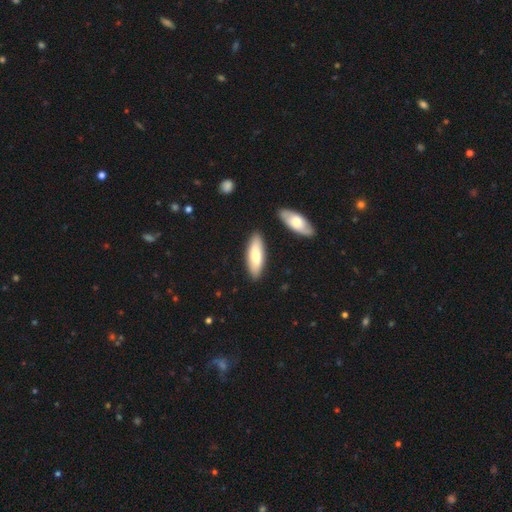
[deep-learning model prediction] Overall: smooth (71%). How rounded: in between (58%; cigar-shaped 40%). Merging: none (84%).